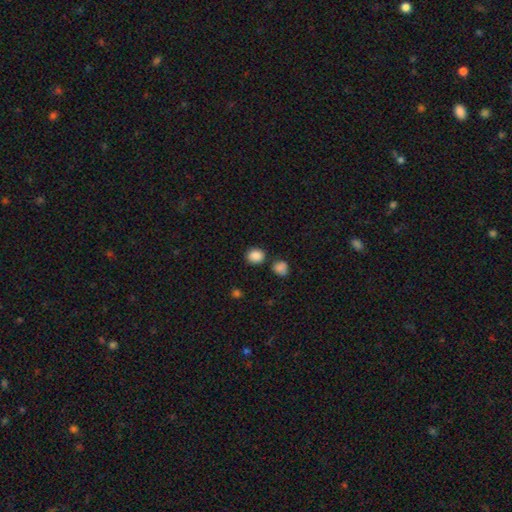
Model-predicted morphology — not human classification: The model was most divided on "how rounded": round: 73%, in between: 26%, cigar-shaped: 1%. More confident: smooth or featured — smooth (86%); merging — none (80%).